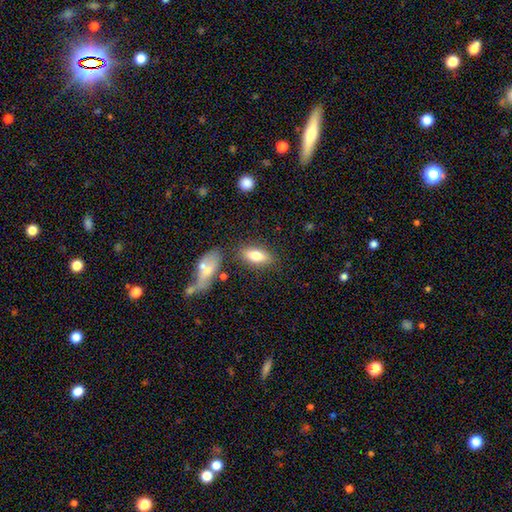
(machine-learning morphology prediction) Smooth or featured? Predicted: smooth (p=0.73). How rounded? Predicted: in between (p=0.80). Merging? Predicted: none (p=0.74).